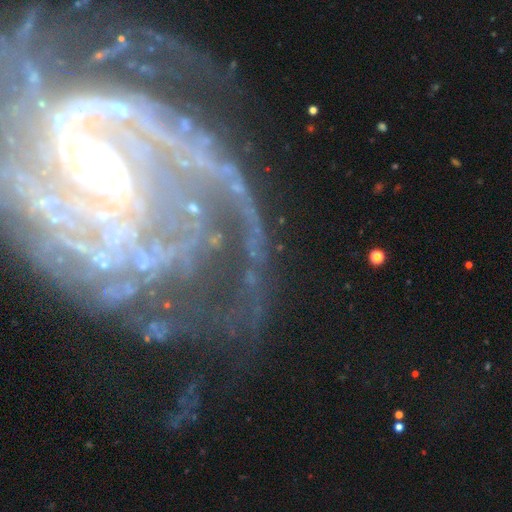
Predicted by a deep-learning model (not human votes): smooth_or_featured: featured or disk (p=0.85) [alt: star or artifact p=0.09]
disk_edge_on: no (p=0.96) [alt: yes p=0.04]
bar: no (p=0.60) [alt: weak p=0.24]
has_spiral_arms: yes (p=0.91) [alt: no p=0.09]
spiral_winding: tight (p=0.56) [alt: medium p=0.30]
spiral_arm_count: can't tell (p=0.27) [tied with: 2 p=0.27]
bulge_size: small (p=0.53) [alt: moderate p=0.36]
merging: none (p=0.53) [alt: major disturbance p=0.25]